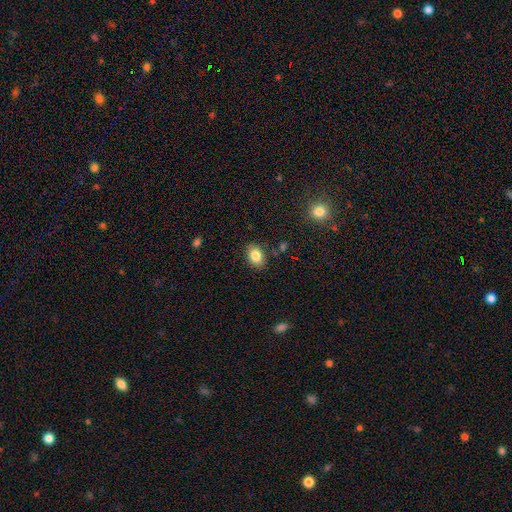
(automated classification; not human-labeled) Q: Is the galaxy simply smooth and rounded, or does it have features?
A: smooth — 84%.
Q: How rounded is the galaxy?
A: in between — 79%.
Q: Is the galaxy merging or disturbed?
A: none — 85%.